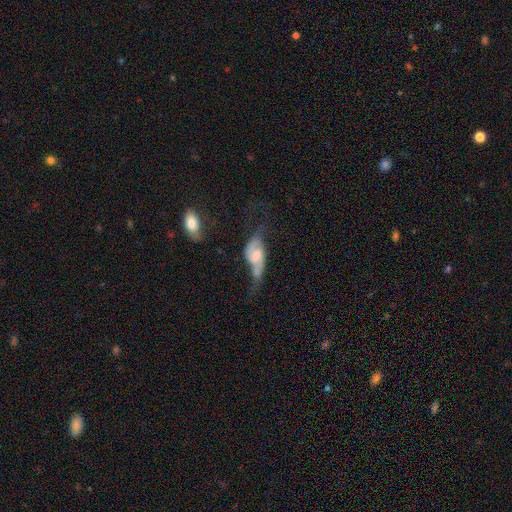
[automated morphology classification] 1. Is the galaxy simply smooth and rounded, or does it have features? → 68% featured or disk, 24% smooth, 7% star or artifact.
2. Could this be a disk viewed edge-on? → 90% no, 10% yes.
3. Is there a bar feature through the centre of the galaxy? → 45% weak, 39% no, 16% strong.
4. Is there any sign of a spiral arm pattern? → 84% yes, 16% no.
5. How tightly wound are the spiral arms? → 64% loose, 26% medium, 9% tight.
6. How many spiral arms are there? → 86% 2, 7% can't tell, 4% 1, 1% 3, 1% 4, 1% more than 4.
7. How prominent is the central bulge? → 34% moderate, 28% small, 21% none, 14% large, 3% dominant.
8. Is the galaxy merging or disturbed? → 35% major disturbance, 32% none, 24% minor disturbance, 9% merger.